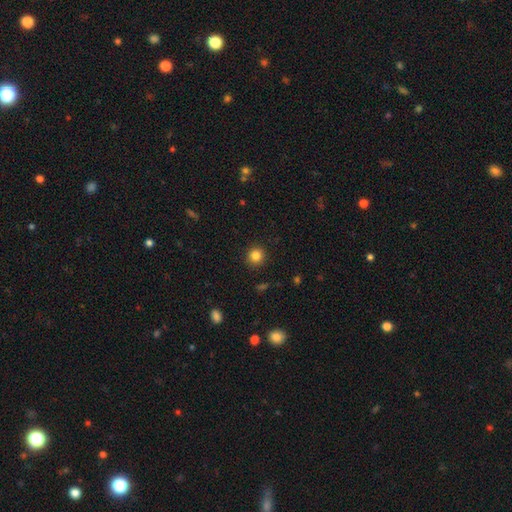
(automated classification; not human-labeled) This appears to be a smooth galaxy with no disk features (83%) that is round (93%). Merging: none (91%).